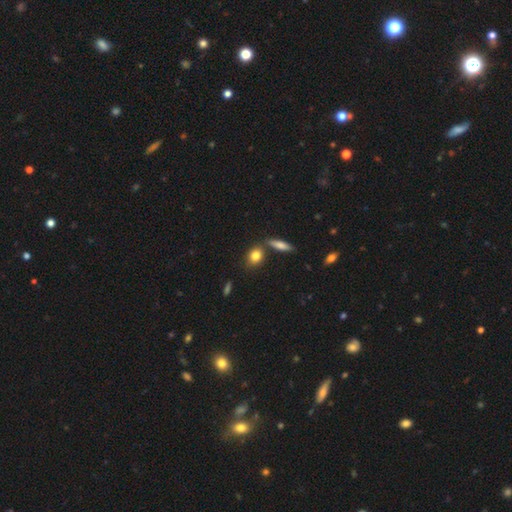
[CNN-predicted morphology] smooth_or_featured: smooth (p=0.82) [alt: featured or disk p=0.09]
how_rounded: in between (p=0.54) [alt: round p=0.41]
merging: none (p=0.68) [alt: merger p=0.17]